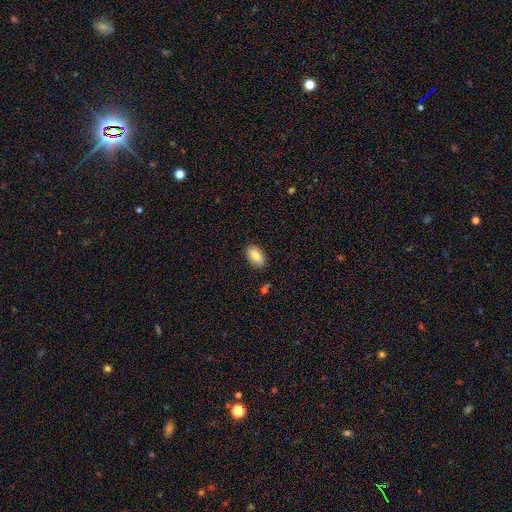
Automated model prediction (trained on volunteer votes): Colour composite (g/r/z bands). It shows a smooth galaxy with no disk features (81%) that is in between round and cigar-shaped (92%). Merging: none (86%).